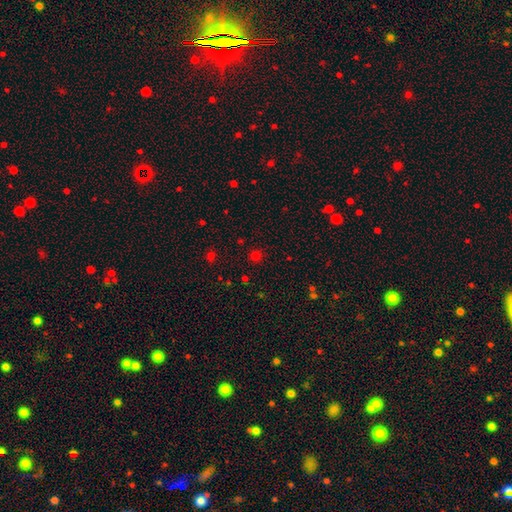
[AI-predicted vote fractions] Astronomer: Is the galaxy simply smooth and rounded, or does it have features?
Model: smooth — 70%.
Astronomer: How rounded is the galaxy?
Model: round — 92%.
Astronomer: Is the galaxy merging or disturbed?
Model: none — 89%.